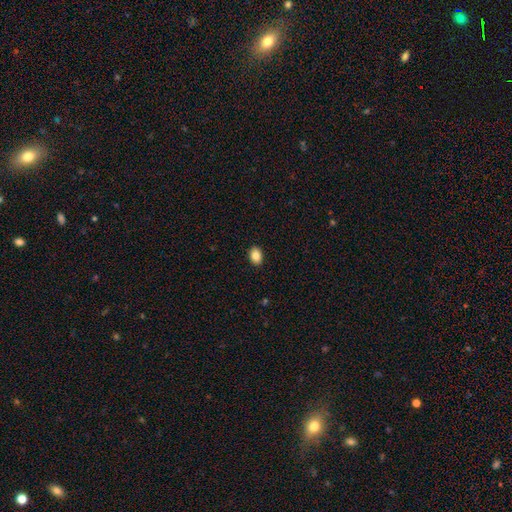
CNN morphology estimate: smooth_or_featured: smooth (p=0.85) [alt: star or artifact p=0.08]
how_rounded: in between (p=0.80) [alt: round p=0.19]
merging: none (p=0.91) [alt: minor disturbance p=0.07]